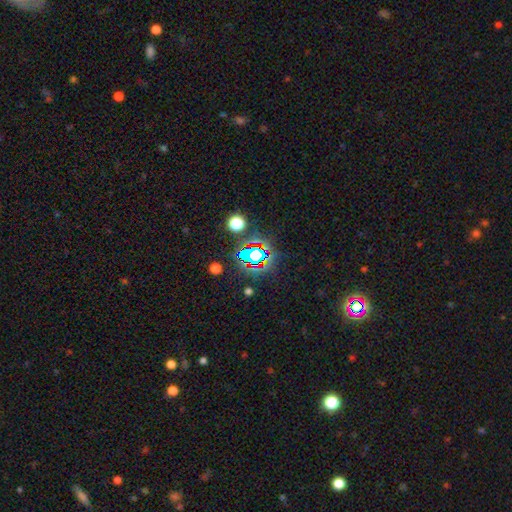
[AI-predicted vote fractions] Q: Smooth or featured?
A: star or artifact (67%); runner-up: smooth (21%)